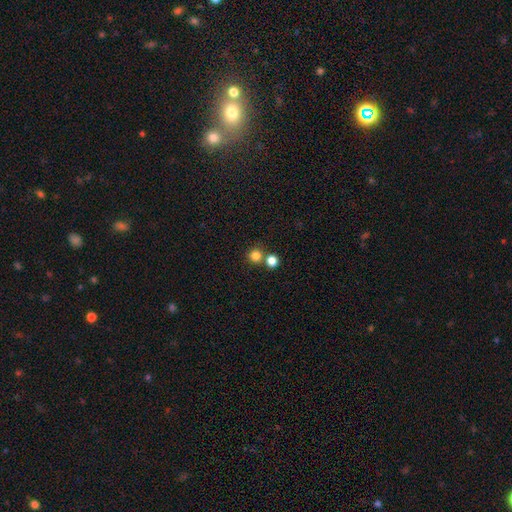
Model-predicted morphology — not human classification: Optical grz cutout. It shows a smooth galaxy with no disk features (81%) that is round (92%). Merging: none (68%).